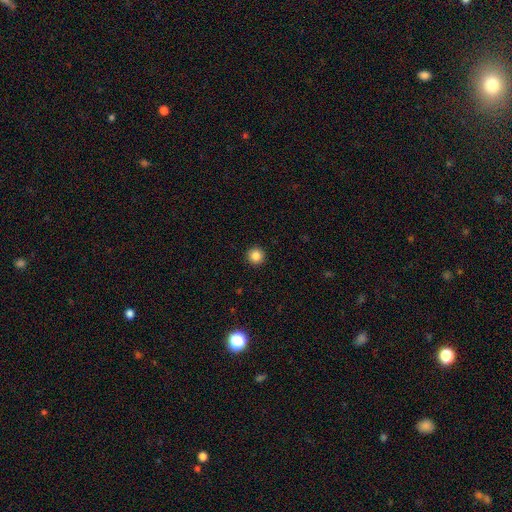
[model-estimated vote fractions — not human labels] Smooth or featured?
  - smooth: 85% *
  - star or artifact: 11%
  - featured or disk: 4%
How rounded?
  - round: 96% *
  - in between: 3%
  - cigar-shaped: 1%
Merging?
  - none: 93% *
  - minor disturbance: 4%
  - major disturbance: 2%
  - merger: 1%